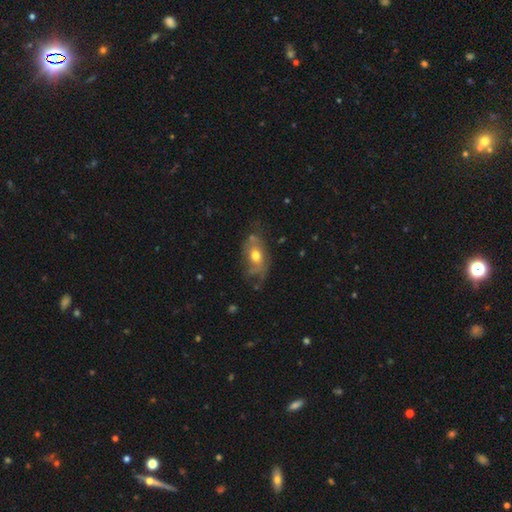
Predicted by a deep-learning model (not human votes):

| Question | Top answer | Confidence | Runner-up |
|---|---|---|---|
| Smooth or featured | featured or disk | 47% | smooth (45%) |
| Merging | none | 46% | minor disturbance (30%) |